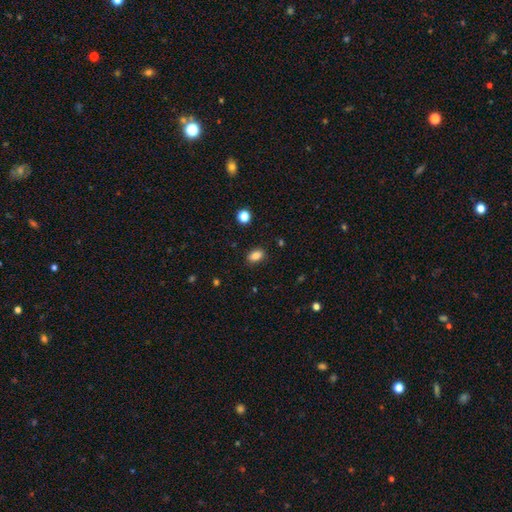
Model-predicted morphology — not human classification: A smooth galaxy with no disk features (85%) that is in between round and cigar-shaped (85%). Merging: none (87%).